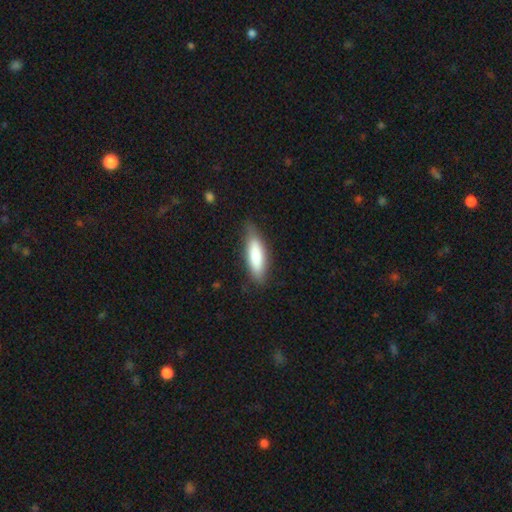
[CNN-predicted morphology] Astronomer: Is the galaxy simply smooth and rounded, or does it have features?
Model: smooth — 79%.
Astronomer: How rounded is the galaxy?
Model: in between — 50% (runner-up: cigar-shaped, 49%).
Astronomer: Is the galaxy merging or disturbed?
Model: none — 78%.